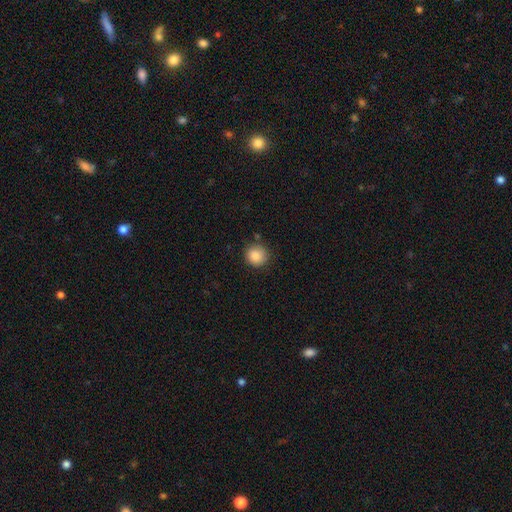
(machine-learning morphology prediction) Smooth or featured? Predicted: smooth (p=0.87). How rounded? Predicted: round (p=0.90). Merging? Predicted: none (p=0.83).